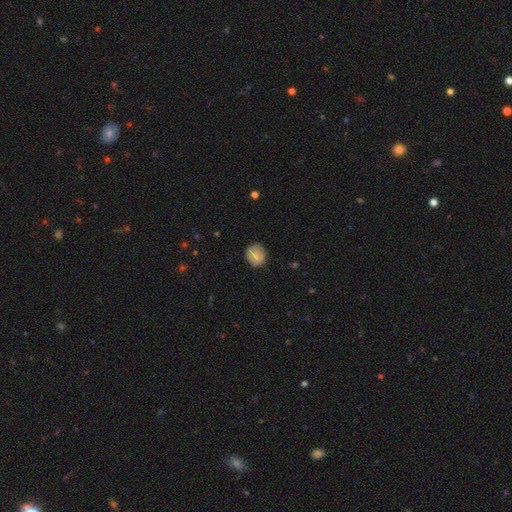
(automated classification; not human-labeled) Smooth or featured? smooth (79%)
How rounded? round (77%)
Merging? none (79%)